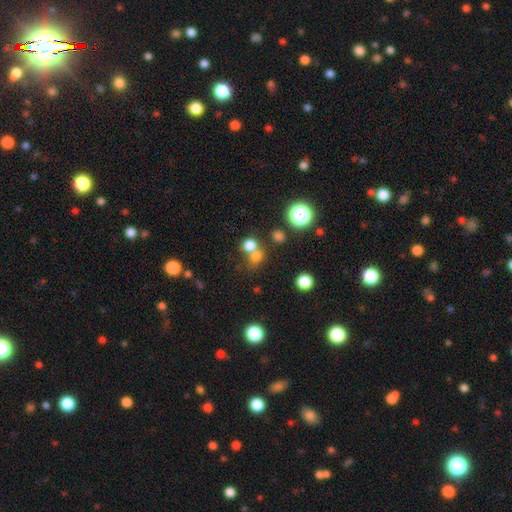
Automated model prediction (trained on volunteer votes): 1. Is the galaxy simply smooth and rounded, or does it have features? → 69% smooth, 22% star or artifact, 9% featured or disk.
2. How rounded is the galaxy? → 75% round, 24% in between, 1% cigar-shaped.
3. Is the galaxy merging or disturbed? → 50% none, 38% merger, 8% minor disturbance, 5% major disturbance.